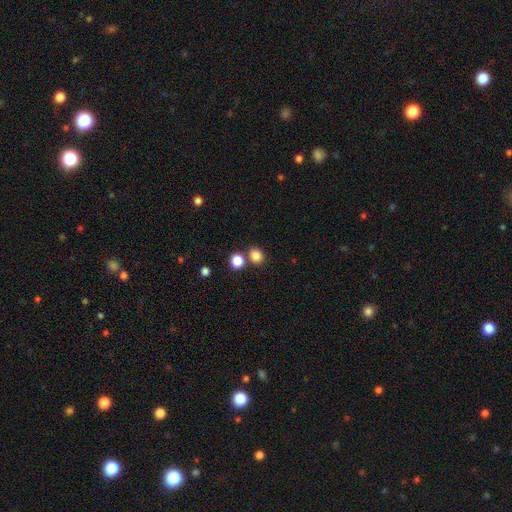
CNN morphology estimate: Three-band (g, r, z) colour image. It shows a smooth galaxy with no disk features (82%) that is round (81%). Merging: none (73%).